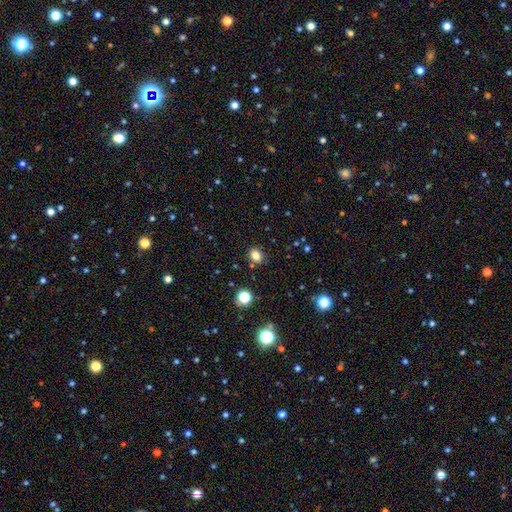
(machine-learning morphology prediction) Smooth or featured?
  - smooth: 78% *
  - star or artifact: 15%
  - featured or disk: 7%
How rounded?
  - in between: 60% *
  - round: 39%
  - cigar-shaped: 1%
Merging?
  - none: 83% *
  - minor disturbance: 11%
  - merger: 4%
  - major disturbance: 3%